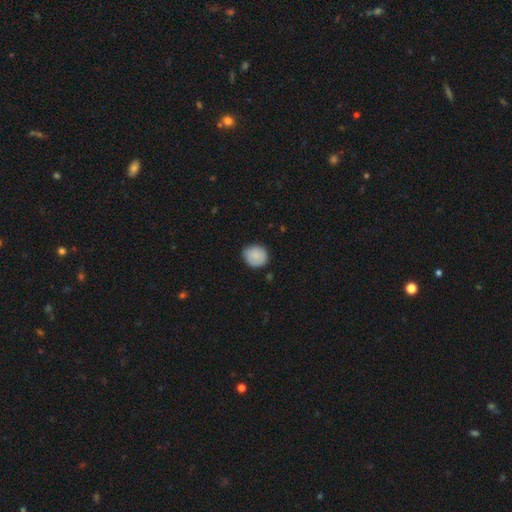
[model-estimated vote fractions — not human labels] A smooth galaxy with no disk features (86%) that is round (83%).

Vote fractions:
- Smooth or featured? smooth: 86% / star or artifact: 7% / featured or disk: 7%
- How rounded? round: 83% / in between: 17% / cigar-shaped: 1%
- Merging? none: 76% / minor disturbance: 20% / major disturbance: 3% / merger: 1%